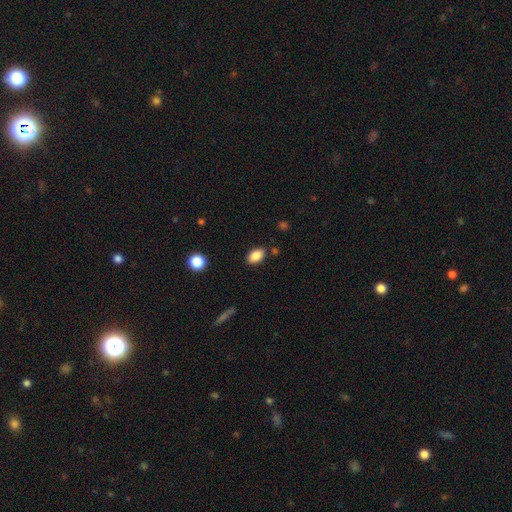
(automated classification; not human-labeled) Smooth or featured? smooth (86%)
How rounded? in between (87%)
Merging? none (85%)